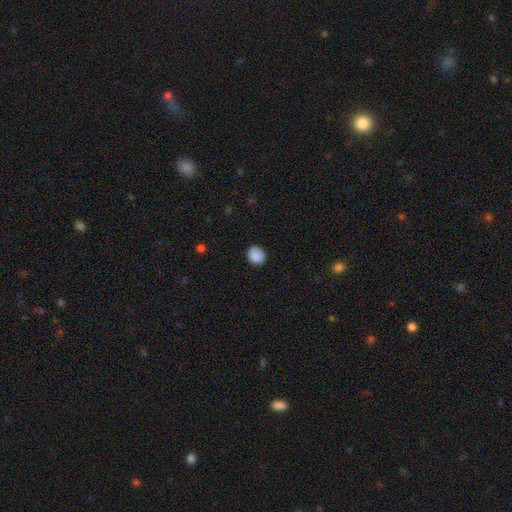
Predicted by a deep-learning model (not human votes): A smooth galaxy with no disk features (89%) that is round (66%). Merging: none (86%).